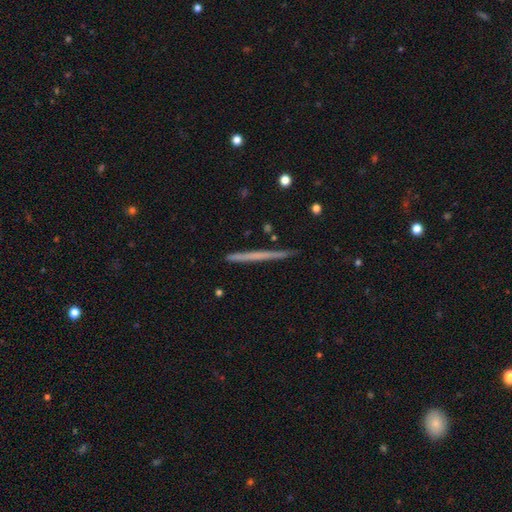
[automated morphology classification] Smooth or featured? Predicted: smooth (p=0.47, tied with featured or disk). Merging? Predicted: none (p=0.91).